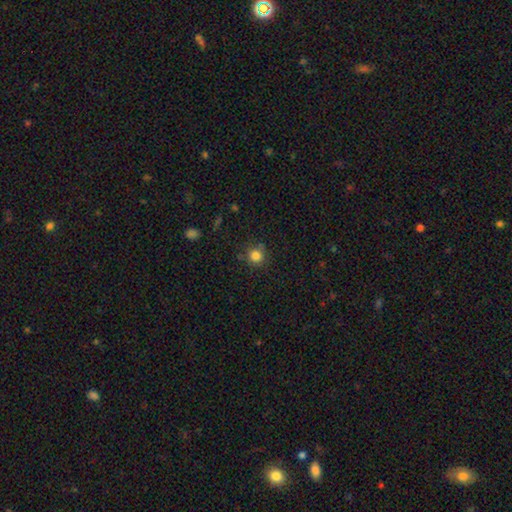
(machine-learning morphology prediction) Q: Smooth or featured?
A: smooth (82%); runner-up: star or artifact (12%)
Q: How rounded?
A: round (93%); runner-up: in between (6%)
Q: Merging?
A: none (81%); runner-up: minor disturbance (12%)